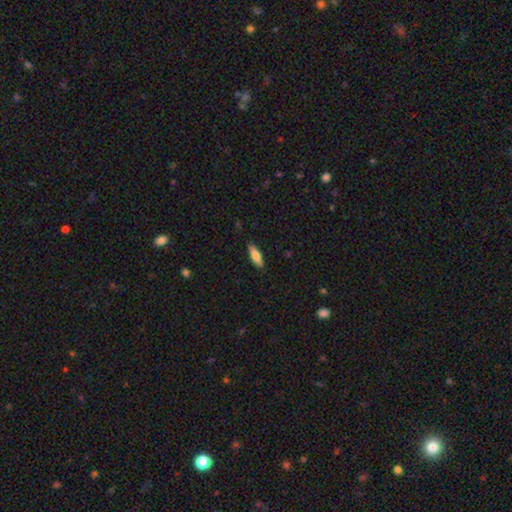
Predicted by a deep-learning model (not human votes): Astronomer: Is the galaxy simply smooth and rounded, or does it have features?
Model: smooth — 76%.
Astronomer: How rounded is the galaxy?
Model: in between — 52% (runner-up: cigar-shaped, 46%).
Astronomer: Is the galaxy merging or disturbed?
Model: none — 88%.